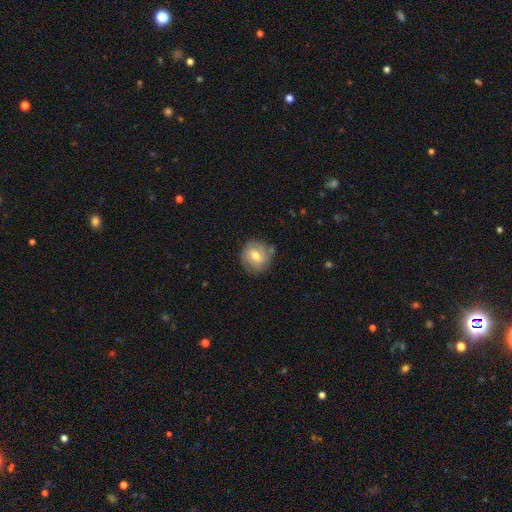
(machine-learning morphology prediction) Overall: smooth (66%; featured or disk 26%). How rounded: round (86%). Merging: none (76%).